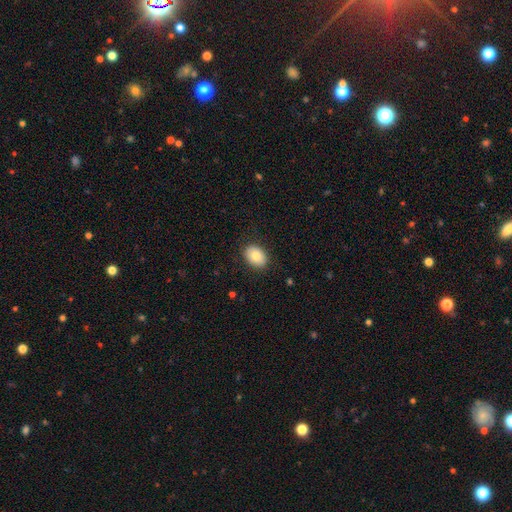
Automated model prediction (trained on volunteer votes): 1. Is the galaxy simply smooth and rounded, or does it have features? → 82% smooth, 10% featured or disk, 7% star or artifact.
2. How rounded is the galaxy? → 75% in between, 24% round, 1% cigar-shaped.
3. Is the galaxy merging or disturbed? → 88% none, 9% minor disturbance, 2% major disturbance, 1% merger.